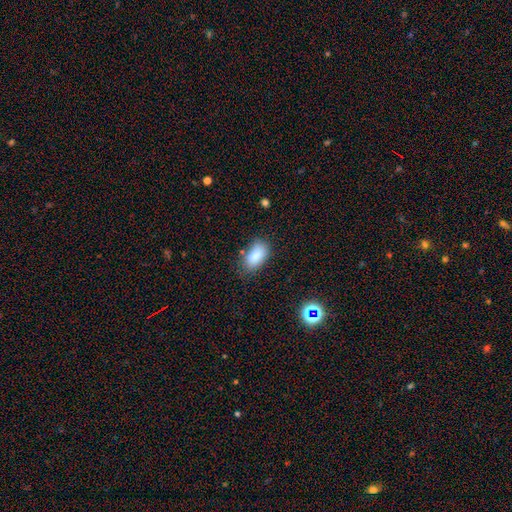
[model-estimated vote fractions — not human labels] A smooth galaxy with no disk features (85%) that is in between round and cigar-shaped (92%).

Vote fractions:
- Smooth or featured? smooth: 85% / star or artifact: 8% / featured or disk: 7%
- How rounded? in between: 92% / round: 6% / cigar-shaped: 2%
- Merging? none: 71% / minor disturbance: 20% / major disturbance: 5% / merger: 4%